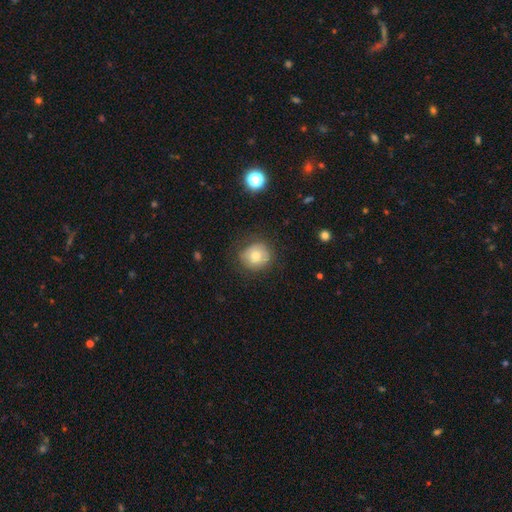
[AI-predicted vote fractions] smooth-or-featured: smooth: 69% | featured or disk: 21% | star or artifact: 10%
  how-rounded: round: 85% | in between: 14% | cigar-shaped: 1%
  merging: none: 73% | minor disturbance: 19% | major disturbance: 7% | merger: 1%